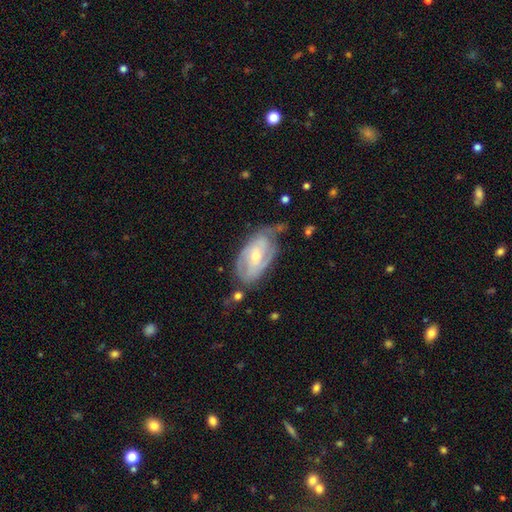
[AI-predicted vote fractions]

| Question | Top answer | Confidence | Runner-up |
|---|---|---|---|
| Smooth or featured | featured or disk | 75% | smooth (19%) |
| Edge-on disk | no | 93% | yes (7%) |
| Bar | no | 45% | weak (38%) |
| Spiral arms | yes | 80% | no (20%) |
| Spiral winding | tight | 52% | medium (34%) |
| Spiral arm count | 2 | 50% | can't tell (33%) |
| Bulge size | small | 49% | moderate (48%) |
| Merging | none | 55% | minor disturbance (29%) |